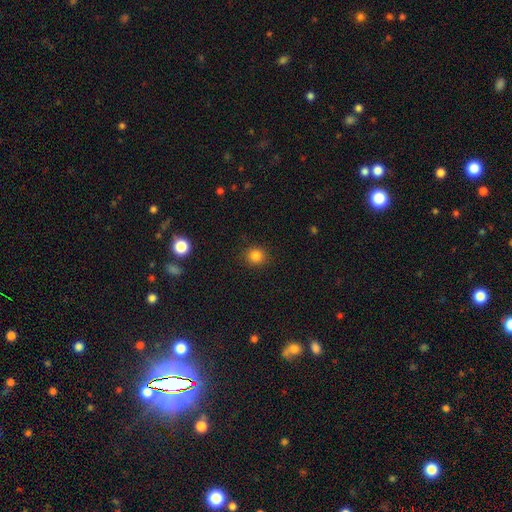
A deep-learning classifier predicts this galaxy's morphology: smooth 83%, star or artifact 13%, featured or disk 4%. Down the decision tree: how rounded — round (89%); merging — none (90%).